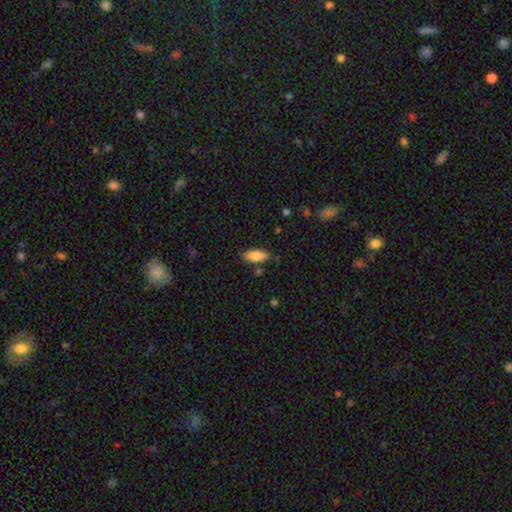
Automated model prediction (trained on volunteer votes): A smooth galaxy with no disk features (84%) that is in between round and cigar-shaped (77%).

Vote fractions:
- Smooth or featured? smooth: 84% / featured or disk: 9% / star or artifact: 7%
- How rounded? in between: 77% / cigar-shaped: 21% / round: 2%
- Merging? none: 77% / minor disturbance: 16% / merger: 4% / major disturbance: 3%